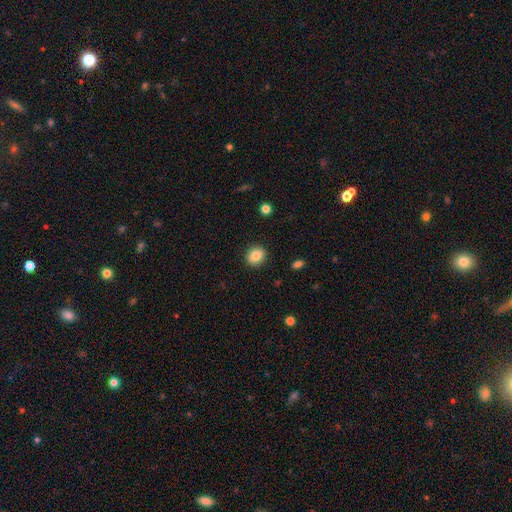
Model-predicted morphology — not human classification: Smooth or featured? smooth (84%)
How rounded? round (75%)
Merging? none (91%)